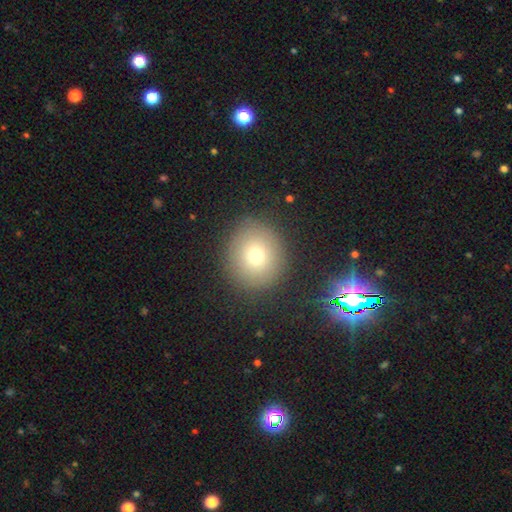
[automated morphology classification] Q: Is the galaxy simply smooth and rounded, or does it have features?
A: smooth — 71%.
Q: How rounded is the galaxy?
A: round — 85%.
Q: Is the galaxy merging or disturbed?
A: none — 87%.